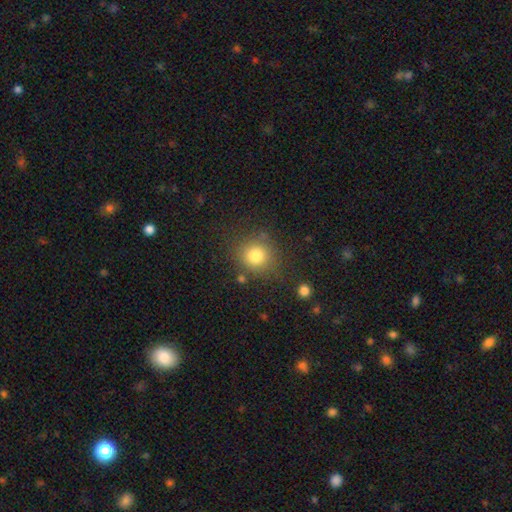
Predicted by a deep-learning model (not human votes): The model was most divided on "smooth or featured": smooth: 79%, star or artifact: 13%, featured or disk: 8%. More confident: how rounded — round (87%); merging — none (80%).